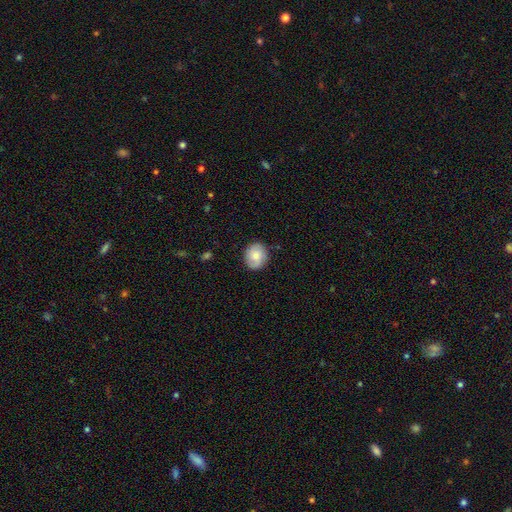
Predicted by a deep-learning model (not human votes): Overall: smooth (69%). How rounded: round (72%). Merging: none (84%).